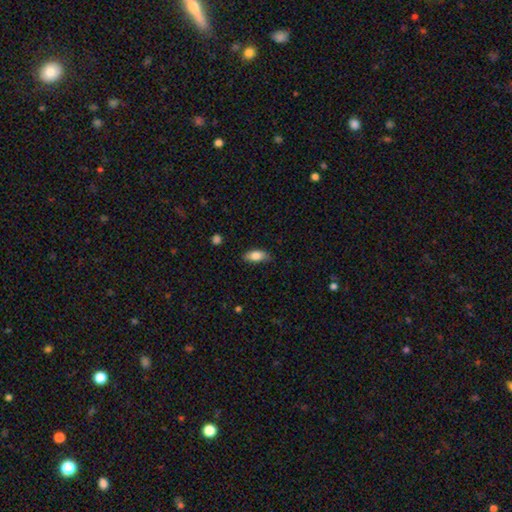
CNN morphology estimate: type=smooth (82%); roundness=in between (86%); merging=none (77%).